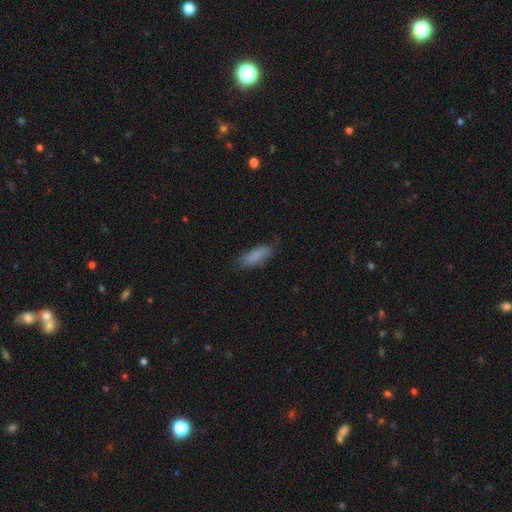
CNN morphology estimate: Smooth or featured? Predicted: smooth (p=0.84). How rounded? Predicted: in between (p=0.54). Merging? Predicted: none (p=0.74).